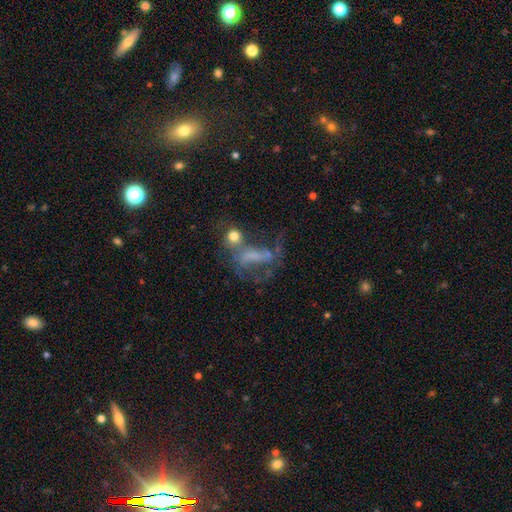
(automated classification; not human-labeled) Smooth or featured: featured or disk — 53% (smooth — 27%)
Edge-on disk: no — 94% (yes — 6%)
Merging: major disturbance — 39% (none — 27%)